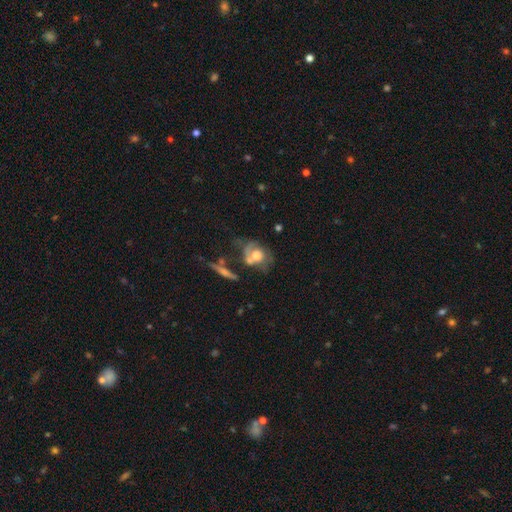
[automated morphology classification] smooth_or_featured: featured or disk (p=0.48) [alt: smooth p=0.43]
merging: none (p=0.35) [alt: merger p=0.22]